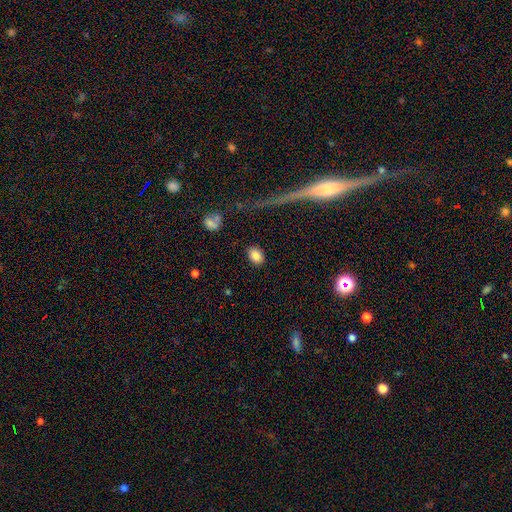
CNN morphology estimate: A smooth galaxy with no disk features (86%) that is in between round and cigar-shaped (79%). Merging: none (86%).